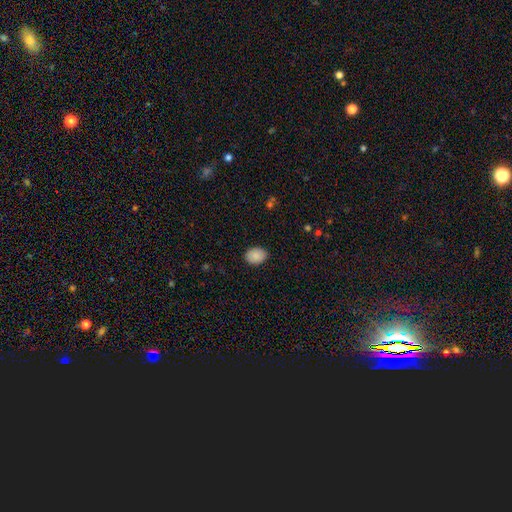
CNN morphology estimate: Overall: smooth (88%). How rounded: in between (68%; round 31%). Merging: none (86%).